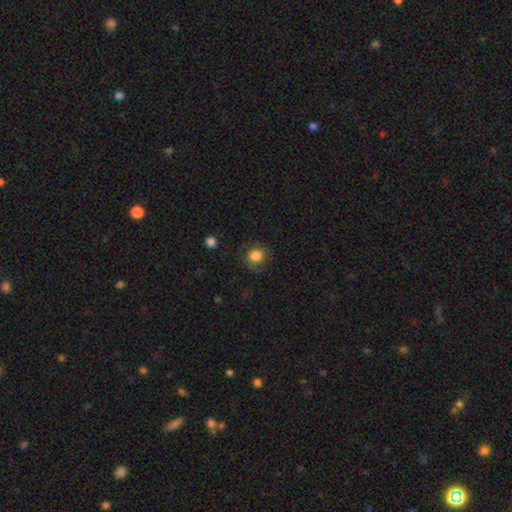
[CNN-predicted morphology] Smooth or featured? smooth (81%)
How rounded? round (84%)
Merging? none (76%)